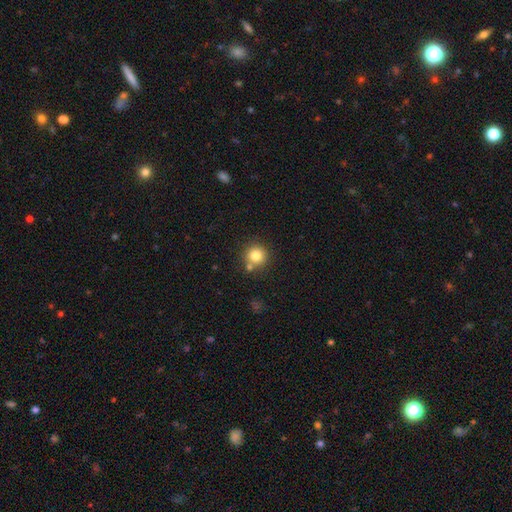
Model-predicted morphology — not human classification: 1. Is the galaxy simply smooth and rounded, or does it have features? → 80% smooth, 12% star or artifact, 8% featured or disk.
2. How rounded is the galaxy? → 93% round, 6% in between, 1% cigar-shaped.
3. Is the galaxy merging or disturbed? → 74% none, 15% merger, 9% minor disturbance, 3% major disturbance.